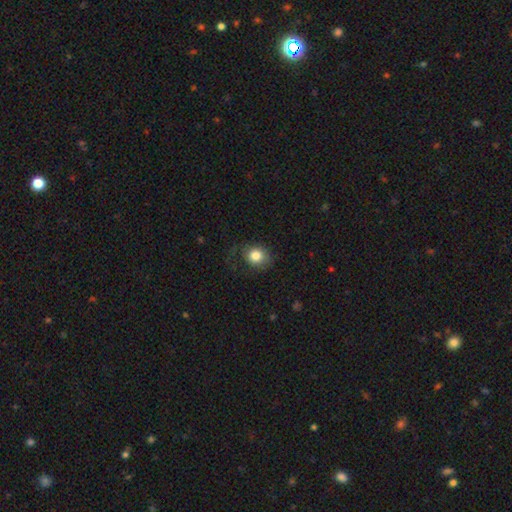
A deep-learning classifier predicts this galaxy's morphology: type=smooth (82%); roundness=round (70%); merging=none (70%).